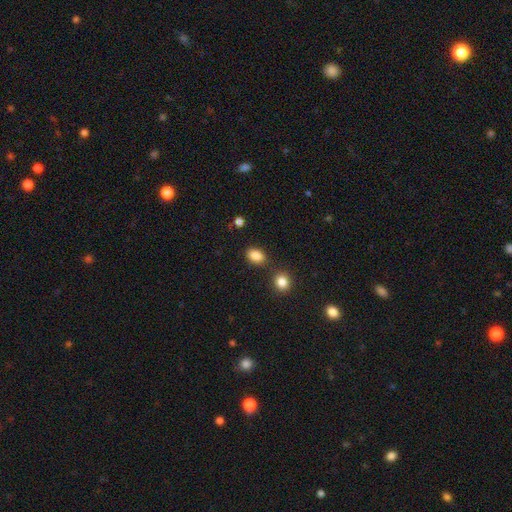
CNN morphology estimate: A smooth galaxy with no disk features (86%) that is in between round and cigar-shaped (79%).

Vote fractions:
- Smooth or featured? smooth: 86% / star or artifact: 9% / featured or disk: 5%
- How rounded? in between: 79% / round: 20% / cigar-shaped: 1%
- Merging? none: 78% / minor disturbance: 11% / merger: 8% / major disturbance: 3%